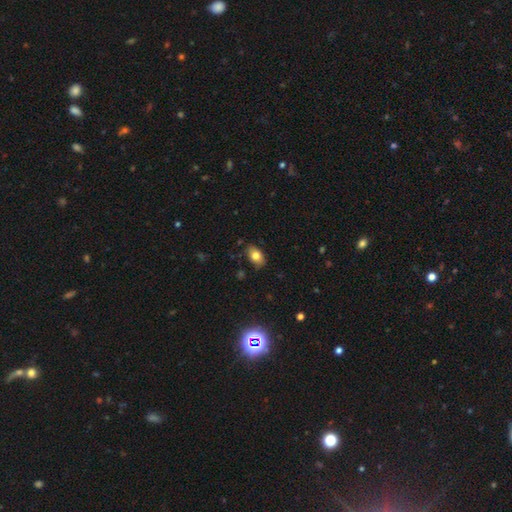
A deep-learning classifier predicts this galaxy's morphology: A smooth galaxy with no disk features (78%) that is in between round and cigar-shaped (86%).

Vote fractions:
- Smooth or featured? smooth: 78% / featured or disk: 13% / star or artifact: 9%
- How rounded? in between: 86% / round: 12% / cigar-shaped: 2%
- Merging? none: 82% / minor disturbance: 14% / major disturbance: 3% / merger: 1%